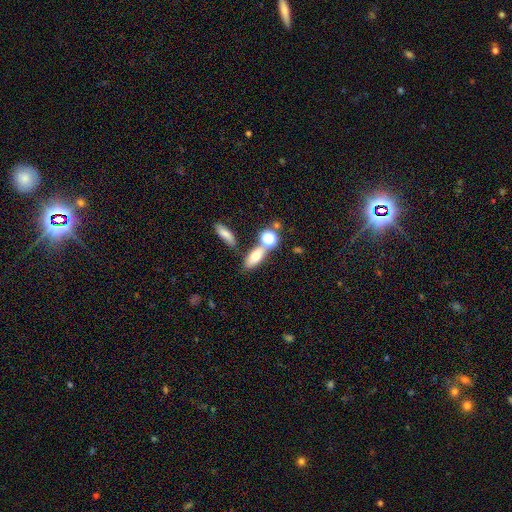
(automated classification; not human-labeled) The model was most divided on "merging": none: 60%, merger: 23%, minor disturbance: 12%, major disturbance: 5%. More confident: how rounded — in between (71%); smooth or featured — smooth (71%).